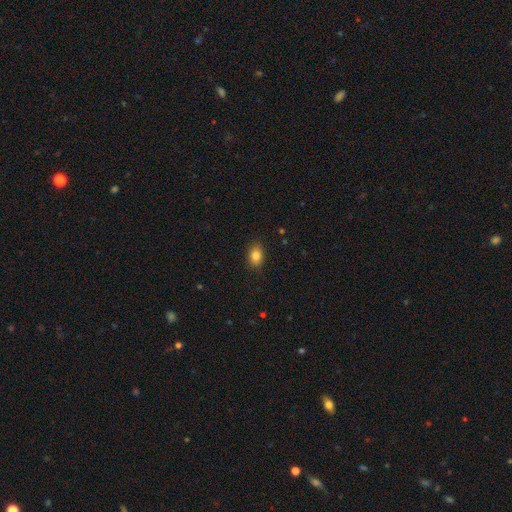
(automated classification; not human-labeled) smooth 85%, star or artifact 9%, featured or disk 6%. Down the decision tree: how rounded — in between (80%); merging — none (87%).